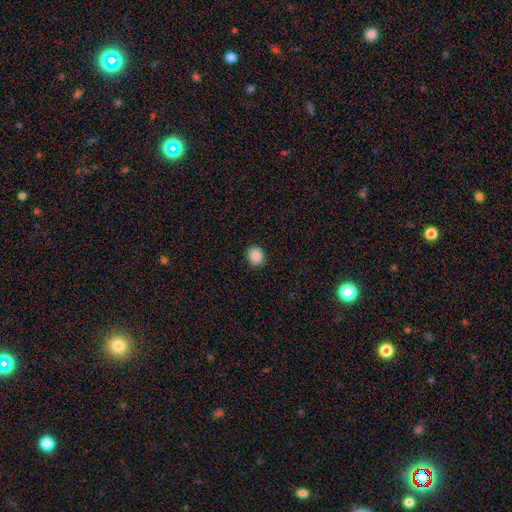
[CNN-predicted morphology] Smooth or featured? Predicted: smooth (p=0.88). How rounded? Predicted: round (p=0.78). Merging? Predicted: none (p=0.89).